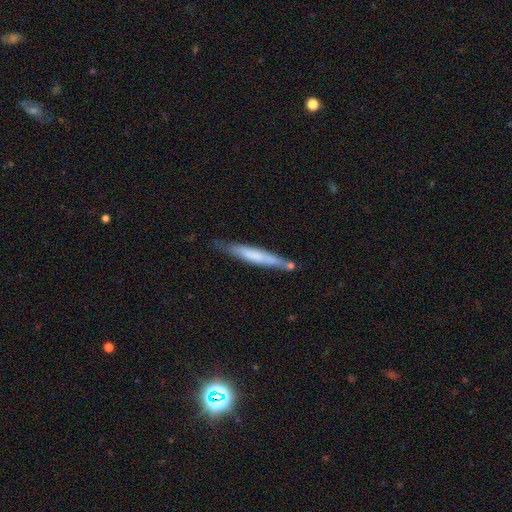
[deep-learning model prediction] A smooth galaxy with no disk features (56%) that is cigar-shaped (94%). Merging: none (72%).